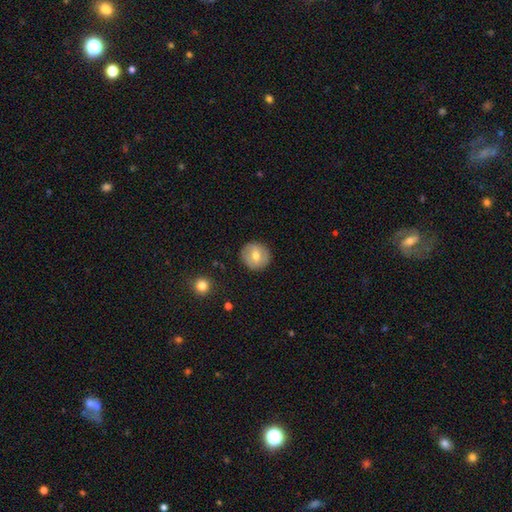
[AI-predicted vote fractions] A smooth galaxy with no disk features (58%) that is round (91%).

Vote fractions:
- Smooth or featured? smooth: 58% / featured or disk: 35% / star or artifact: 8%
- How rounded? round: 91% / in between: 8% / cigar-shaped: 1%
- Merging? none: 87% / minor disturbance: 9% / major disturbance: 3% / merger: 1%